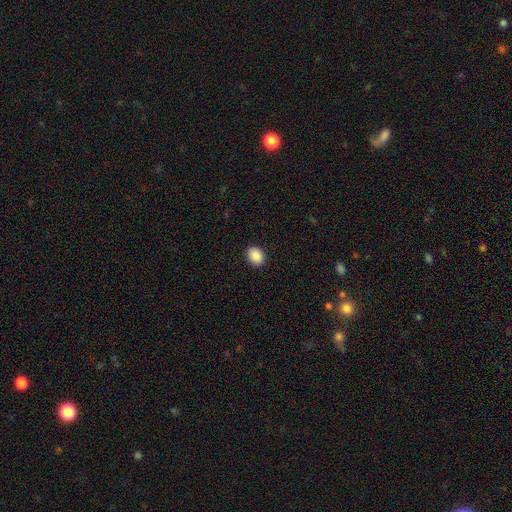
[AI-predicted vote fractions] Overall: smooth (90%). How rounded: in between (51%; round 49%). Merging: none (91%).